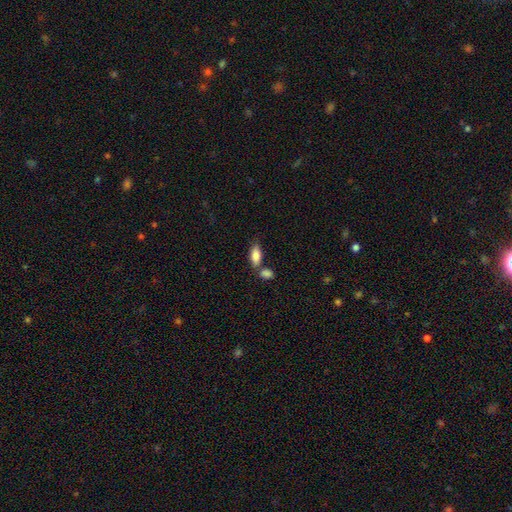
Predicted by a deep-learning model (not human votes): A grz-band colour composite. It shows a smooth galaxy with no disk features (85%) that is in between round and cigar-shaped (86%). Merging: none (55%).